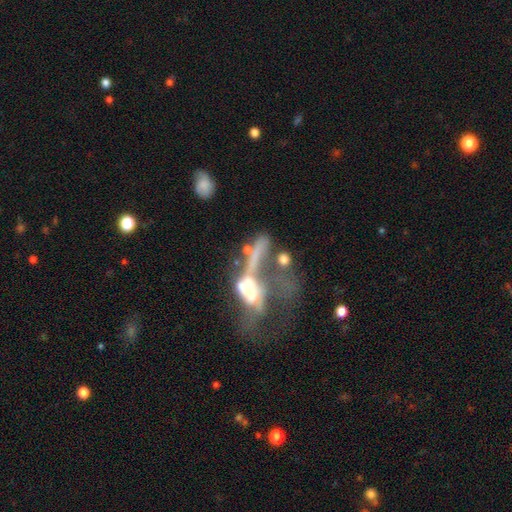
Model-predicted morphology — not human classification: smooth_or_featured: featured or disk (p=0.51) [alt: smooth p=0.33]
disk_edge_on: no (p=0.84) [alt: yes p=0.16]
merging: merger (p=0.55) [alt: major disturbance p=0.29]